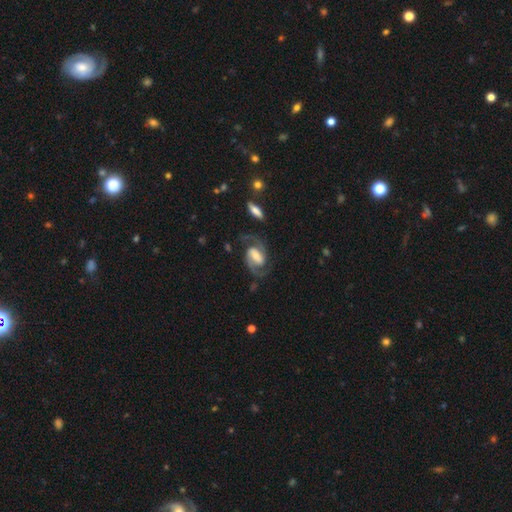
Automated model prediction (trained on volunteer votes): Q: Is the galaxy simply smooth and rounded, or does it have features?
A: featured or disk — 88%.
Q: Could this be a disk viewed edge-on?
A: no — 97%.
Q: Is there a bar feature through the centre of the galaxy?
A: weak — 42%.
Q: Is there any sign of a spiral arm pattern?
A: yes — 97%.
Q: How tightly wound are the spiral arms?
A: medium — 59%.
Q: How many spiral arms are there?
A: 2 — 93%.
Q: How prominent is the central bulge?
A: moderate — 43%.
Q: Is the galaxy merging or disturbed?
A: none — 73%.